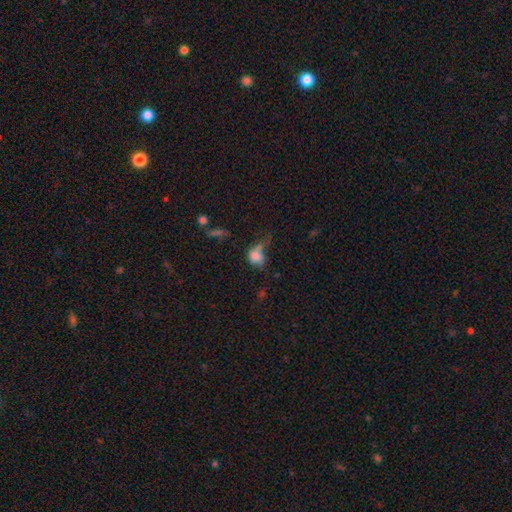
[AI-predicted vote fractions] Smooth or featured? smooth (74%)
How rounded? in between (52%)
Merging? major disturbance (33%)